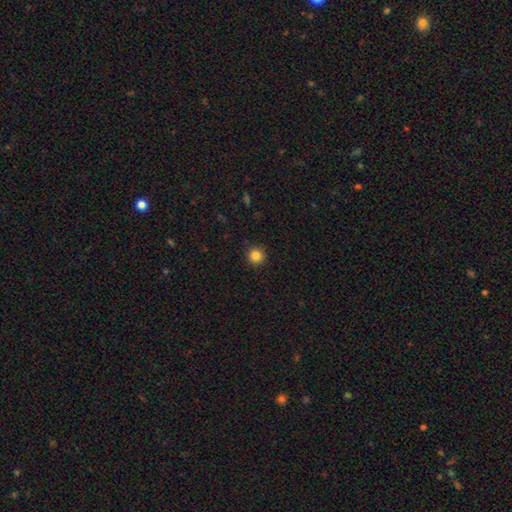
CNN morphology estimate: Smooth or featured: smooth — 85% (star or artifact — 11%)
How rounded: round — 95% (in between — 4%)
Merging: none — 92% (minor disturbance — 5%)